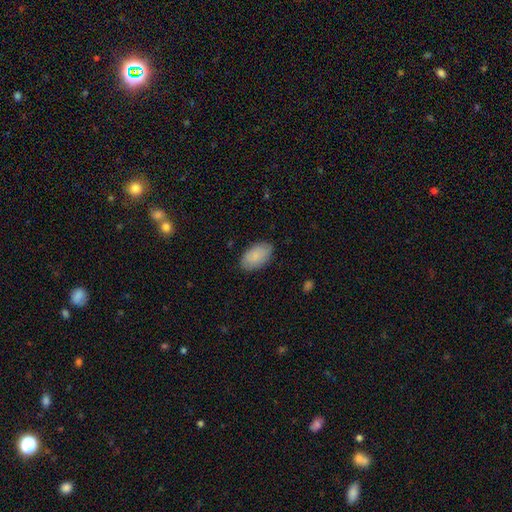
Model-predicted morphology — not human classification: A smooth galaxy with no disk features (85%) that is in between round and cigar-shaped (94%). Merging: none (83%).